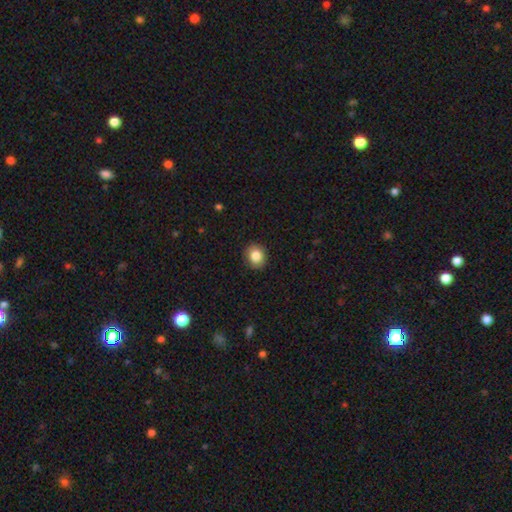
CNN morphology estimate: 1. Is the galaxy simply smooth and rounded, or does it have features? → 84% smooth, 9% star or artifact, 7% featured or disk.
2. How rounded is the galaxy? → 73% round, 27% in between, 1% cigar-shaped.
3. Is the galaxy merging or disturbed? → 90% none, 7% minor disturbance, 2% major disturbance, 1% merger.